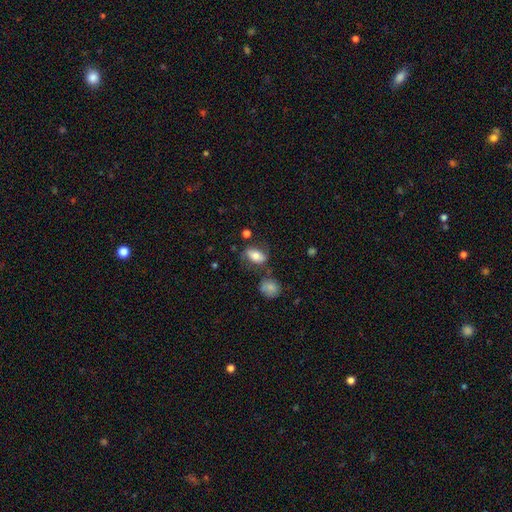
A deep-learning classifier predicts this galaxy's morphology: smooth 72%, featured or disk 20%, star or artifact 8%. Down the decision tree: how rounded — in between (87%); merging — none (65%).